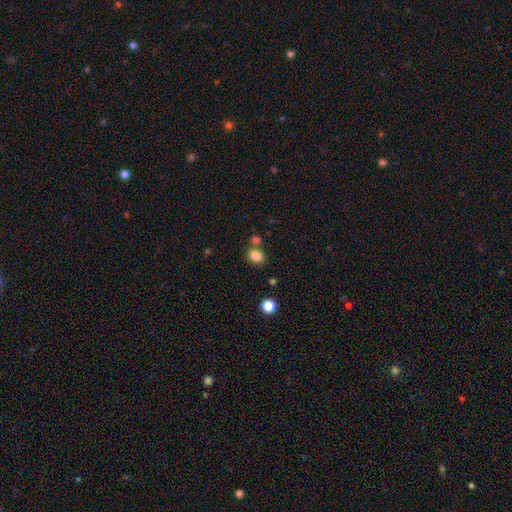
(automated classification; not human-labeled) smooth-or-featured: smooth: 84% | star or artifact: 11% | featured or disk: 5%
  how-rounded: in between: 58% | round: 41% | cigar-shaped: 1%
  merging: none: 65% | merger: 20% | minor disturbance: 12% | major disturbance: 4%